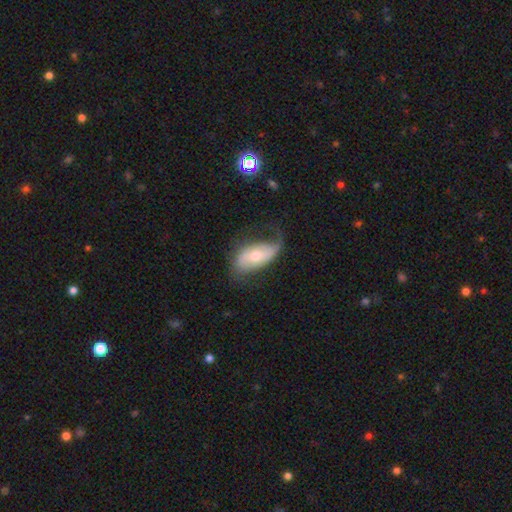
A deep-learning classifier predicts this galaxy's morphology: Smooth or featured: featured or disk — 57% (smooth — 36%)
Edge-on disk: no — 91% (yes — 9%)
Bar: no — 53% (weak — 31%)
Spiral arms: yes — 79% (no — 21%)
Bulge size: moderate — 54% (small — 39%)
Merging: none — 41% (minor disturbance — 30%)